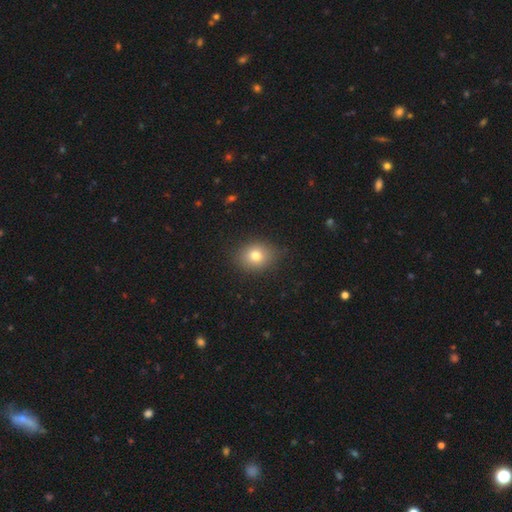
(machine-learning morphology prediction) Smooth or featured? Predicted: smooth (p=0.77). How rounded? Predicted: round (p=0.60). Merging? Predicted: none (p=0.84).